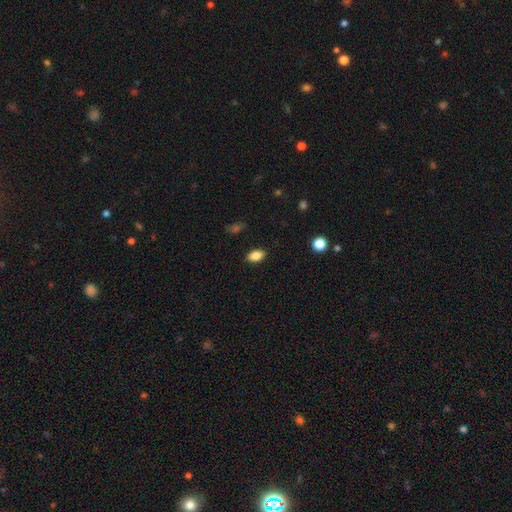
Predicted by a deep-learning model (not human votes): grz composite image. It shows a smooth galaxy with no disk features (86%) that is in between round and cigar-shaped (89%). Merging: none (87%).